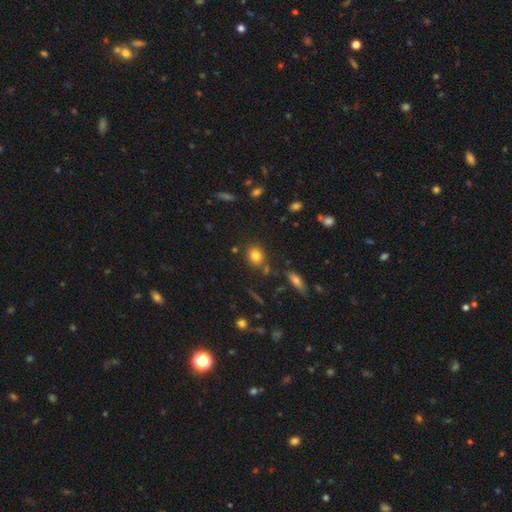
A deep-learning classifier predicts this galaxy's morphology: Overall: smooth (80%). How rounded: round (65%; in between 33%). Merging: none (78%).